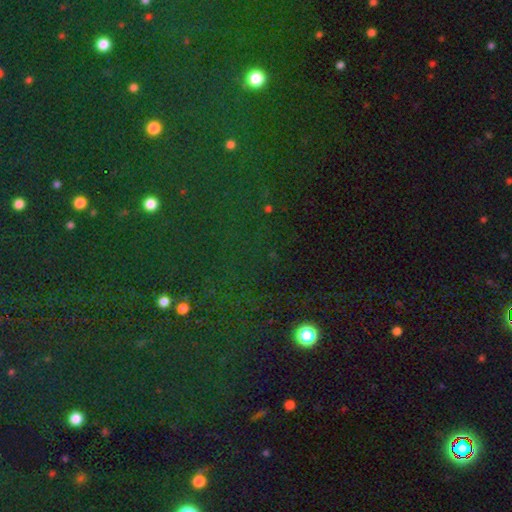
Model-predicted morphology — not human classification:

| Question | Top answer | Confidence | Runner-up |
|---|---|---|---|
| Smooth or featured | star or artifact | 77% | smooth (15%) |